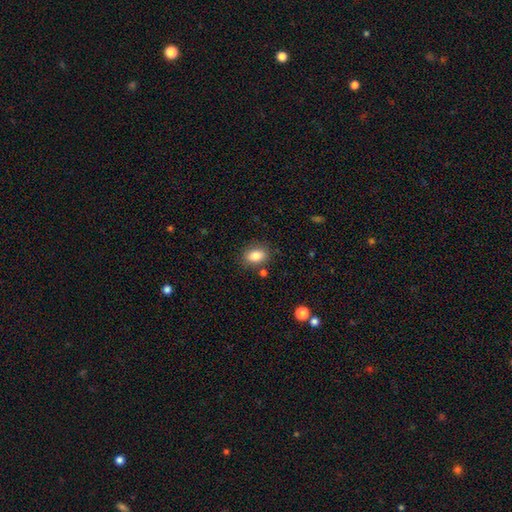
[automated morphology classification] Smooth or featured: smooth — 83% (star or artifact — 9%)
How rounded: in between — 76% (round — 22%)
Merging: none — 80% (minor disturbance — 12%)